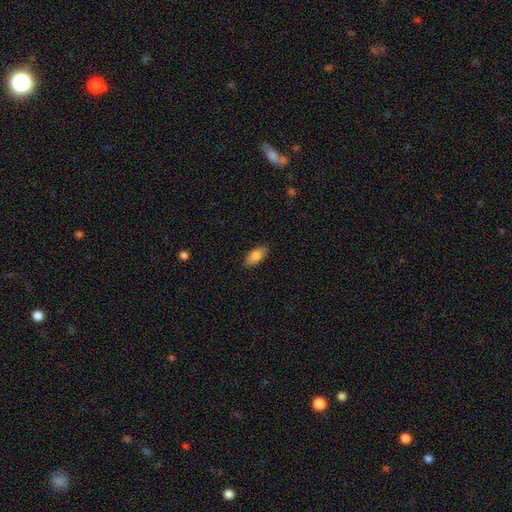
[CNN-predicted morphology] A smooth galaxy with no disk features (82%) that is in between round and cigar-shaped (88%).

Vote fractions:
- Smooth or featured? smooth: 82% / featured or disk: 11% / star or artifact: 7%
- How rounded? in between: 88% / cigar-shaped: 9% / round: 3%
- Merging? none: 86% / minor disturbance: 10% / major disturbance: 2% / merger: 1%